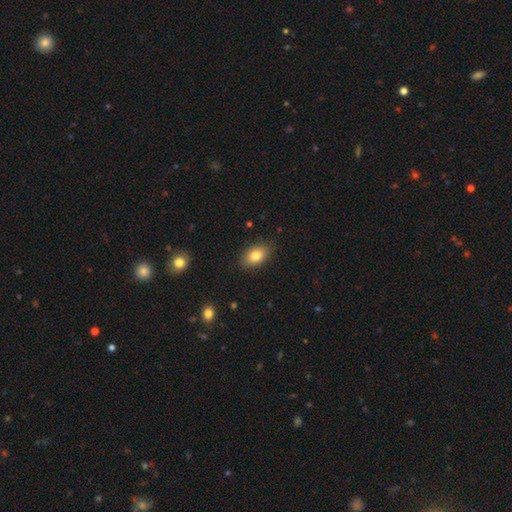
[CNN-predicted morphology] A smooth galaxy with no disk features (82%) that is in between round and cigar-shaped (88%). Merging: none (86%).